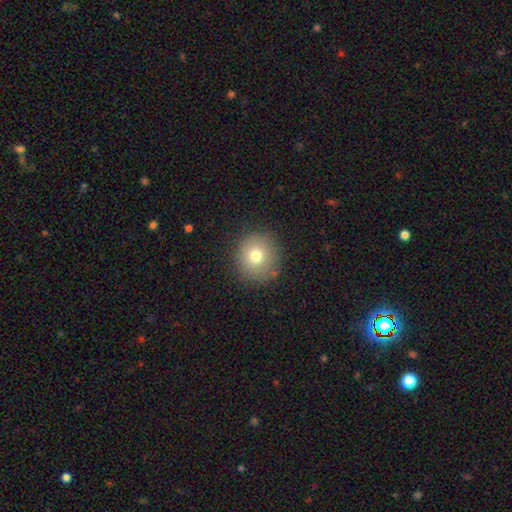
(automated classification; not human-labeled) Smooth or featured: smooth — 74% (star or artifact — 13%)
How rounded: round — 91% (in between — 8%)
Merging: none — 88% (minor disturbance — 8%)